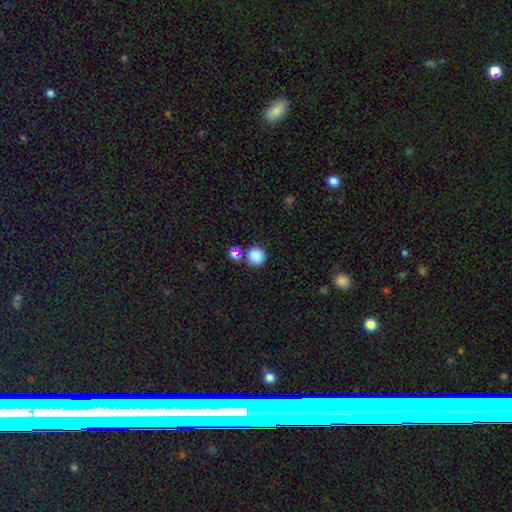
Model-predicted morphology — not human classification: smooth_or_featured: smooth (p=0.85) [alt: star or artifact p=0.12]
how_rounded: round (p=0.93) [alt: in between p=0.06]
merging: none (p=0.78) [alt: merger p=0.12]